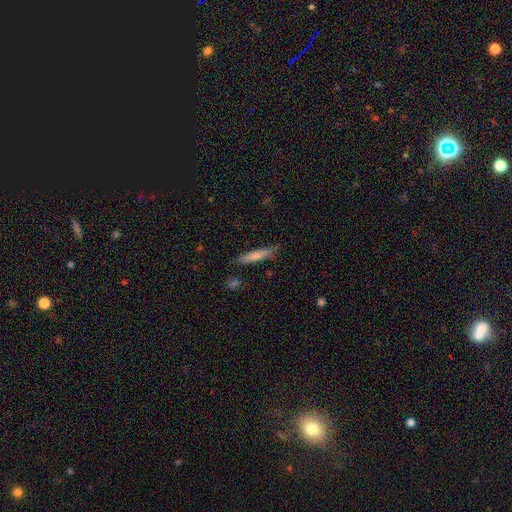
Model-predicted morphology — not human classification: A smooth galaxy with no disk features (76%) that is cigar-shaped (87%). Merging: none (80%).